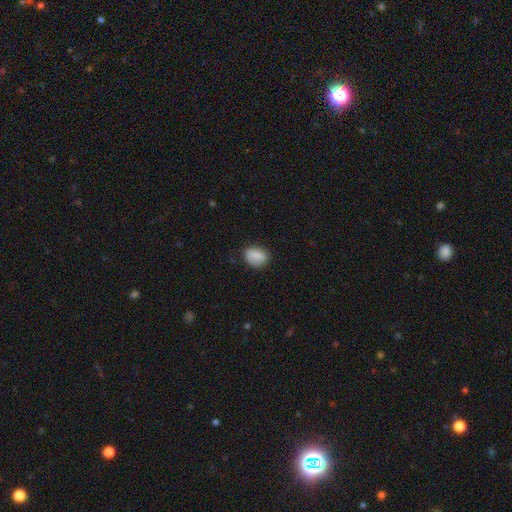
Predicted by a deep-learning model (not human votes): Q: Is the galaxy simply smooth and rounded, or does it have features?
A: smooth — 83%.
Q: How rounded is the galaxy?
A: in between — 72%.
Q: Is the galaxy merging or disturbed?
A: none — 77%.